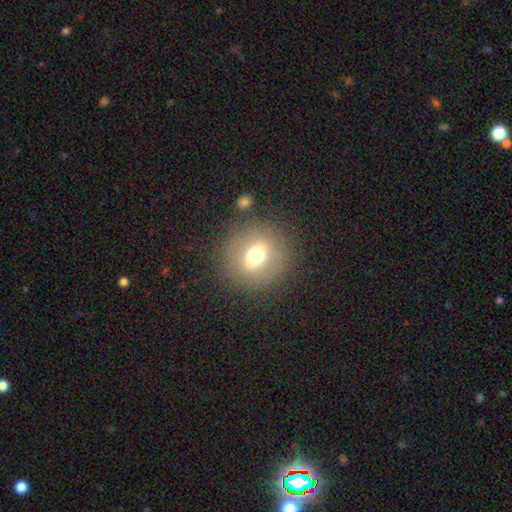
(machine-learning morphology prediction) Smooth or featured: smooth — 59% (featured or disk — 27%)
How rounded: round — 87% (in between — 11%)
Merging: none — 83% (minor disturbance — 9%)